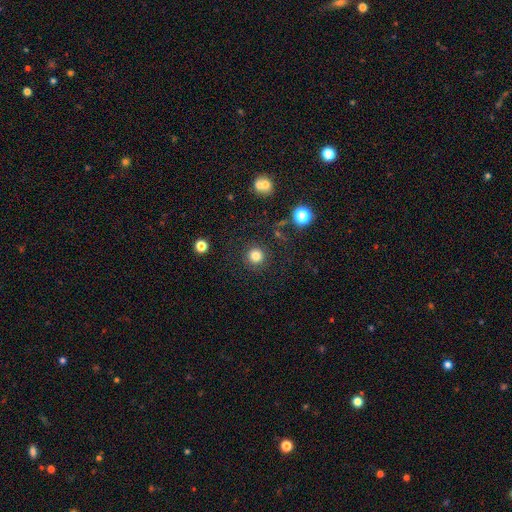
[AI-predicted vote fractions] Morphology: type=smooth (82%); roundness=round (94%); merging=none (89%).